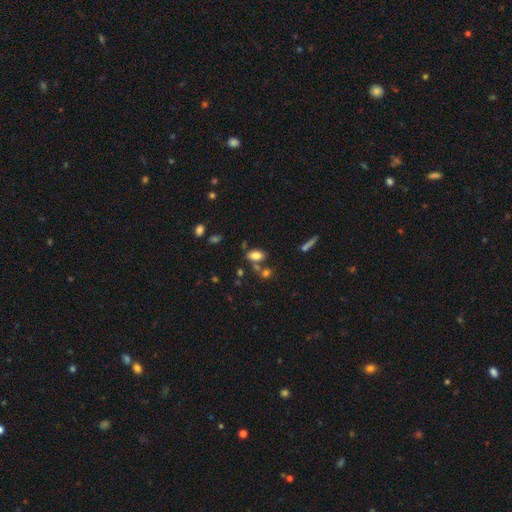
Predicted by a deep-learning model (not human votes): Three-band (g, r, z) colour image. It shows a smooth galaxy with no disk features (79%) that is in between round and cigar-shaped (89%). Merging: none (66%).